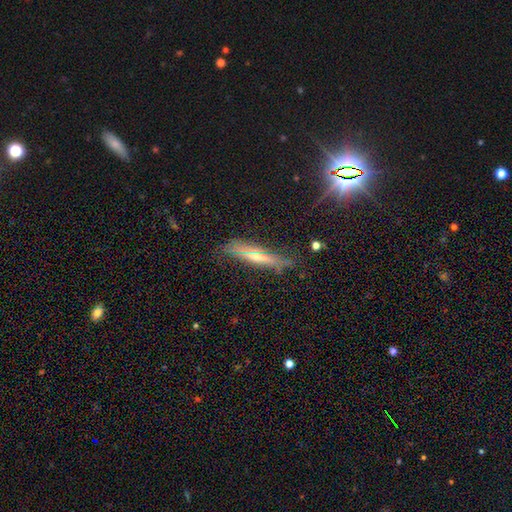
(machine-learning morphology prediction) type=featured or disk (52%); edge-on=yes (83%); merging=none (77%).